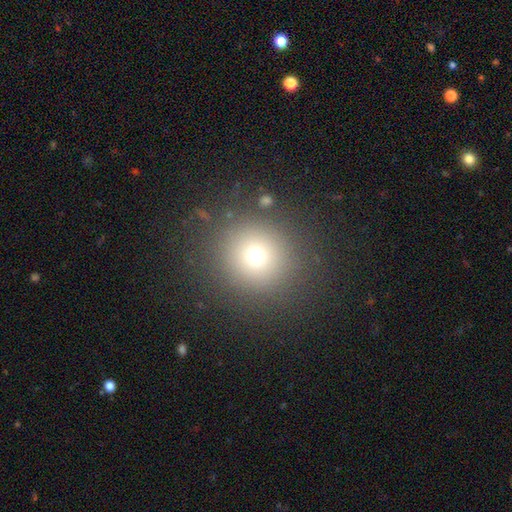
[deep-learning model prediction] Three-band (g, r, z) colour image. It shows a smooth galaxy with no disk features (69%) that is round (93%). Merging: none (87%).